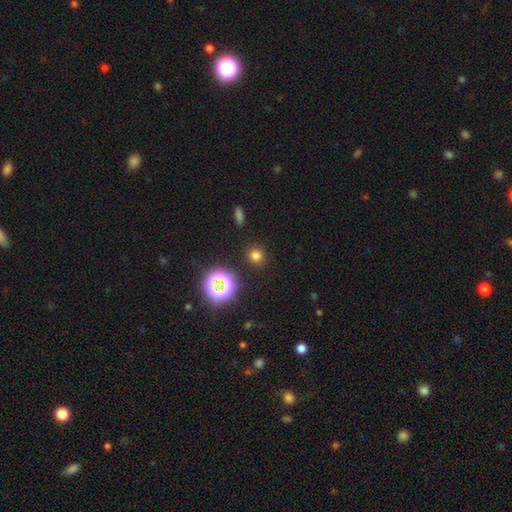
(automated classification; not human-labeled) smooth-or-featured: smooth: 71% | star or artifact: 23% | featured or disk: 5%
  how-rounded: round: 89% | in between: 10% | cigar-shaped: 1%
  merging: none: 89% | minor disturbance: 6% | major disturbance: 3% | merger: 2%